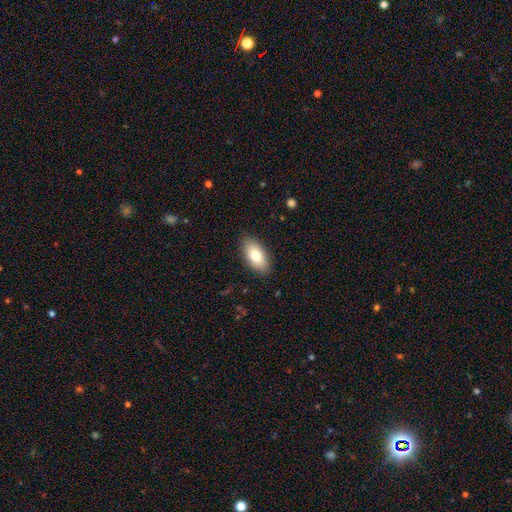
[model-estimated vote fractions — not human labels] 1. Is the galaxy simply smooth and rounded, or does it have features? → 79% smooth, 15% featured or disk, 7% star or artifact.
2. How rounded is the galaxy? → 92% in between, 5% cigar-shaped, 3% round.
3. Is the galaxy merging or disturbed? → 87% none, 9% minor disturbance, 2% major disturbance, 1% merger.